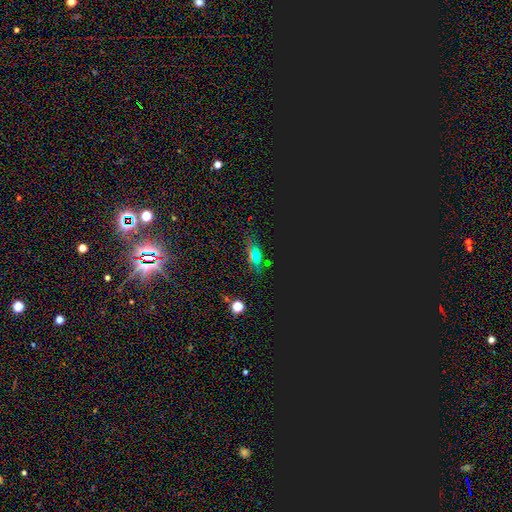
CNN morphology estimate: Q: Smooth or featured?
A: star or artifact (49%); runner-up: smooth (36%)